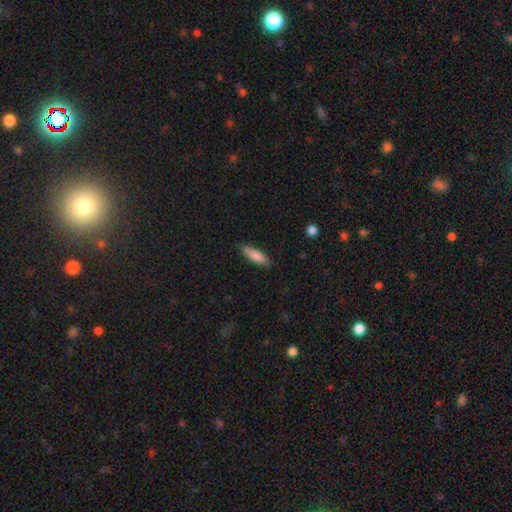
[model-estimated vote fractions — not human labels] smooth 82%, featured or disk 12%, star or artifact 6%. Down the decision tree: how rounded — cigar-shaped (64%); merging — none (83%).